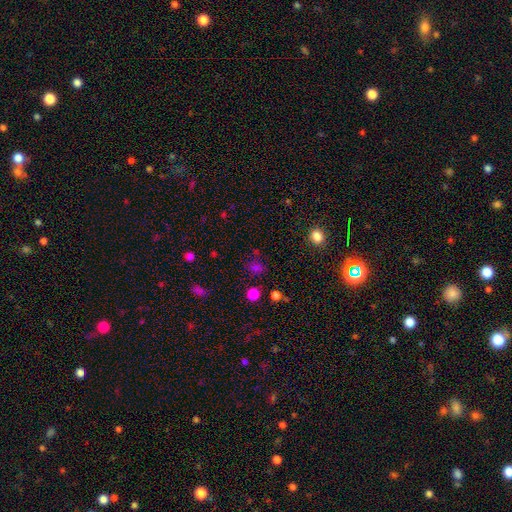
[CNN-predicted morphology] type=smooth (64%); roundness=round (64%); merging=none (73%).